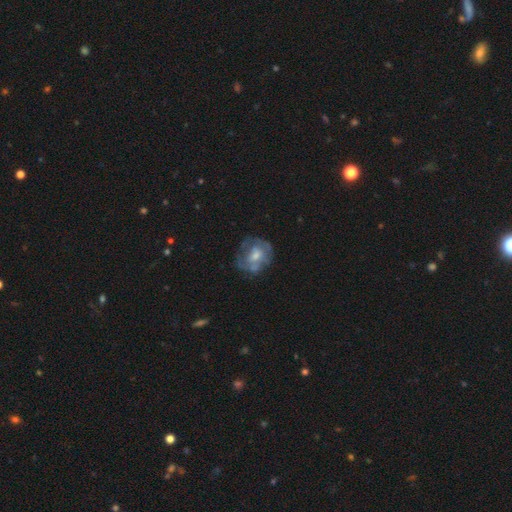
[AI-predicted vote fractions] featured or disk 59%, smooth 34%, star or artifact 8%. Down the decision tree: edge-on disk — no (97%); bar — no (67%); spiral arms — no (56%); bulge size — moderate (51%); merging — none (57%).